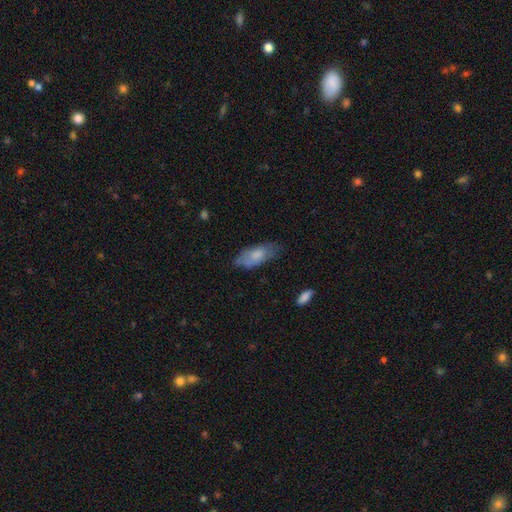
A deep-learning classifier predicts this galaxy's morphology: This is likely a smooth galaxy (71%). How rounded: clearly in between (82%). Merging: possibly none (57%).